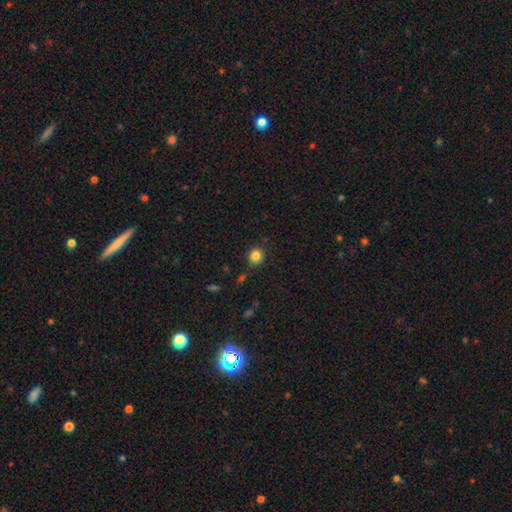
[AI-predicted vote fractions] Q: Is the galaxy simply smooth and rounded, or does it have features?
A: smooth — 84%.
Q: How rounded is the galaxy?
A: round — 89%.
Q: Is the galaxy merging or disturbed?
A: none — 88%.